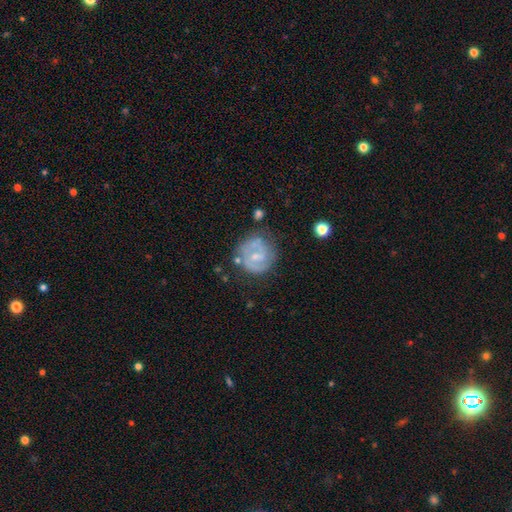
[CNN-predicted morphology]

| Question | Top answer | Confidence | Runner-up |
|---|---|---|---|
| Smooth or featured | featured or disk | 68% | smooth (26%) |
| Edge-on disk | no | 98% | yes (2%) |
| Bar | weak | 50% | no (35%) |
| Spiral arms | yes | 76% | no (24%) |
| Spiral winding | medium | 42% | tight (40%) |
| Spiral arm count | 2 | 67% | can't tell (19%) |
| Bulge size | small | 52% | moderate (34%) |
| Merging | none | 63% | minor disturbance (21%) |